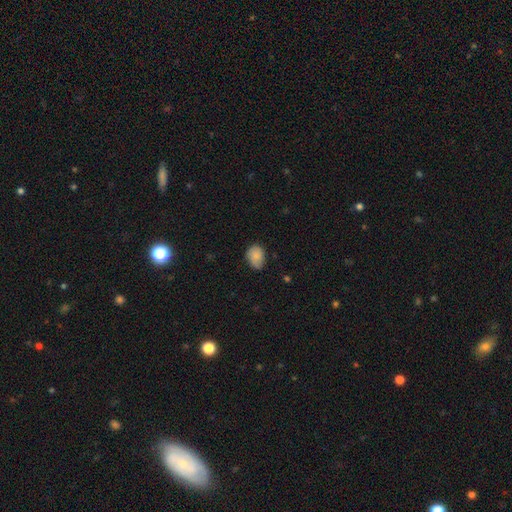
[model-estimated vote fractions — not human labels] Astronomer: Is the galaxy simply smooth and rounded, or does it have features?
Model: smooth — 82%.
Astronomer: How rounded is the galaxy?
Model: in between — 68%.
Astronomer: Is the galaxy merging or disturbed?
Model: none — 65%.